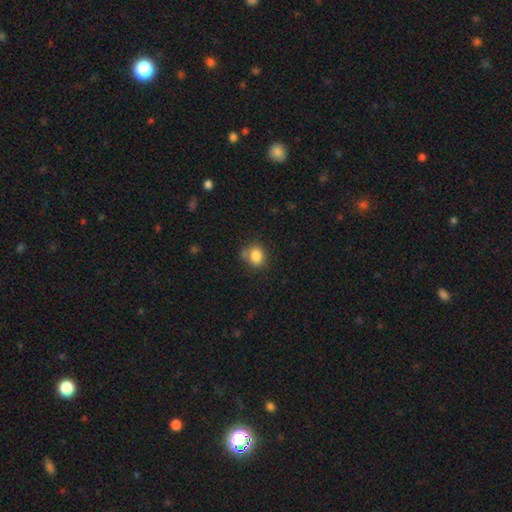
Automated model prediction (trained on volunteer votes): smooth_or_featured: smooth (p=0.84) [alt: star or artifact p=0.10]
how_rounded: round (p=0.58) [alt: in between p=0.41]
merging: none (p=0.65) [alt: minor disturbance p=0.19]